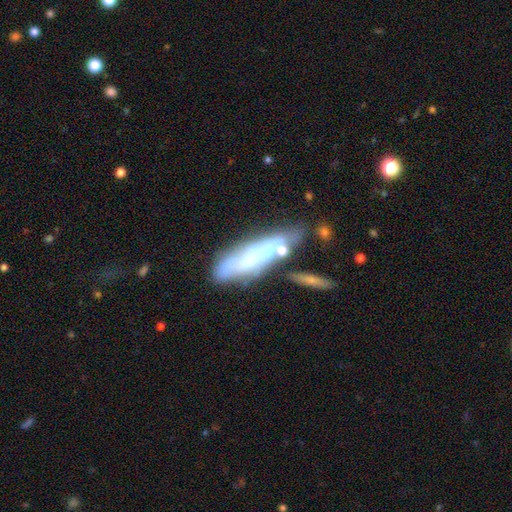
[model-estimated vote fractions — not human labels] featured or disk 54%, smooth 36%, star or artifact 10%. Down the decision tree: edge-on disk — no (61%); merging — none (52%).